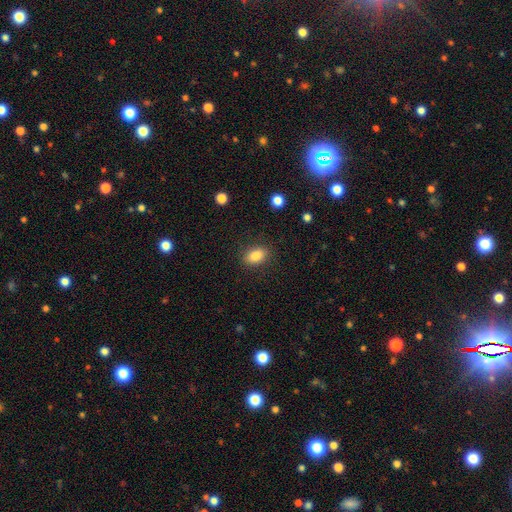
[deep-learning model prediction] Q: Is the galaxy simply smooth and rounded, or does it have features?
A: smooth — 84%.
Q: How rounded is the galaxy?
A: in between — 84%.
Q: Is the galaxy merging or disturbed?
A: none — 86%.